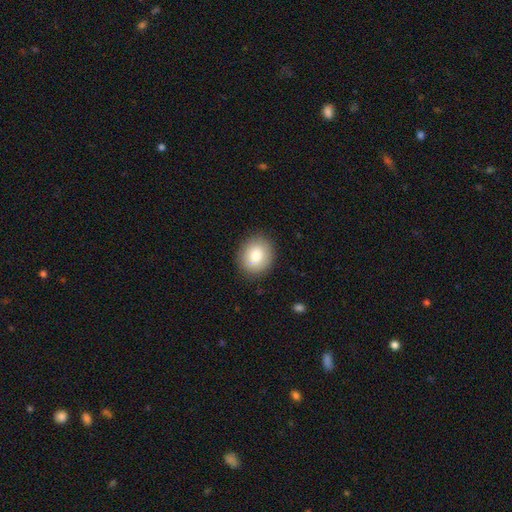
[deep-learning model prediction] The model was most divided on "how rounded": round: 68%, in between: 31%, cigar-shaped: 1%. More confident: merging — none (88%); smooth or featured — smooth (82%).